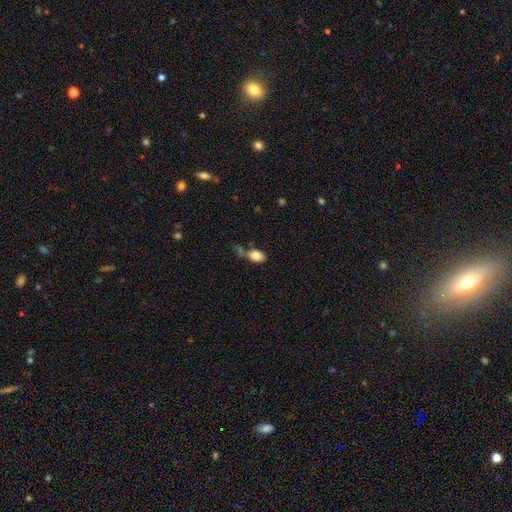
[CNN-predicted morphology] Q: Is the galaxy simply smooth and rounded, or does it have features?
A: smooth — 81%.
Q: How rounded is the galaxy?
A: in between — 86%.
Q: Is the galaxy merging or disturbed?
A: none — 48%.